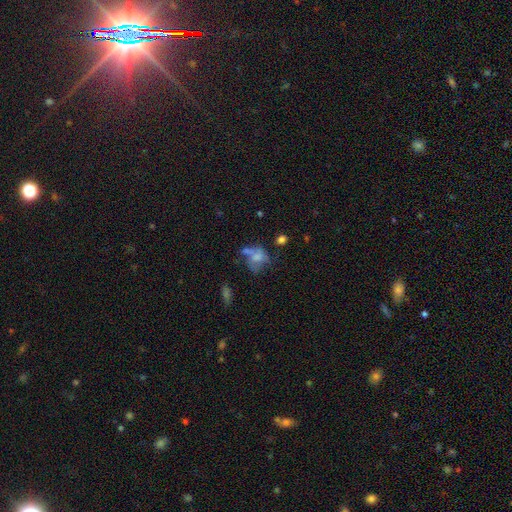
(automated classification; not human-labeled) Q: Smooth or featured?
A: smooth (53%); runner-up: featured or disk (33%)
Q: How rounded?
A: in between (56%); runner-up: round (42%)
Q: Merging?
A: none (30%); runner-up: major disturbance (28%)